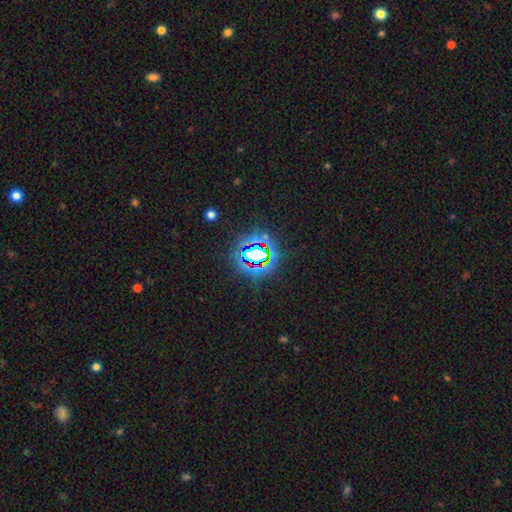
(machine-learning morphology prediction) This appears to be a star or artifact, not a galaxy (71%).